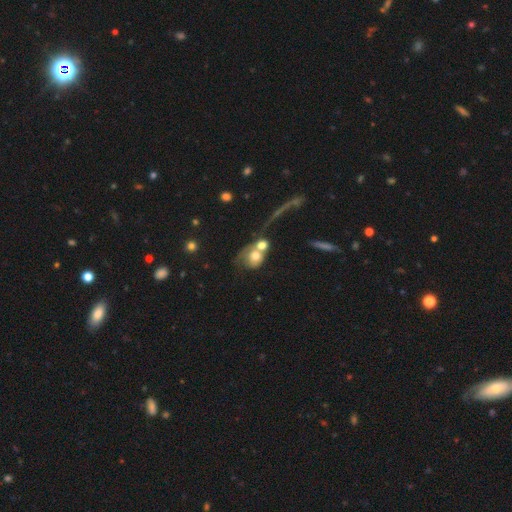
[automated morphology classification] The model was most divided on "smooth or featured": smooth: 54%, featured or disk: 36%, star or artifact: 10%. More confident: how rounded — round (65%); merging — merger (62%).